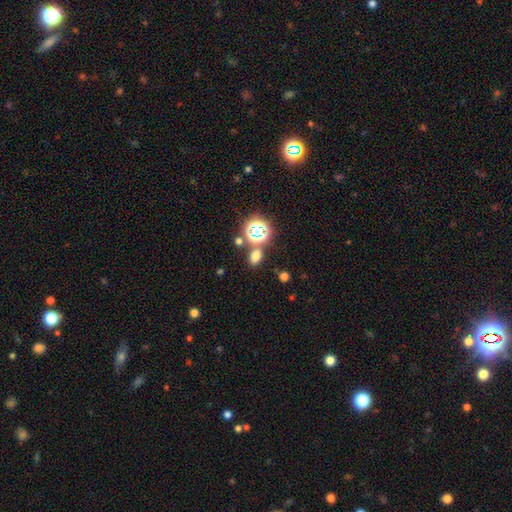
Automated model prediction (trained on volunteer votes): Smooth or featured: smooth — 63% (star or artifact — 29%)
How rounded: in between — 71% (round — 27%)
Merging: none — 75% (merger — 11%)